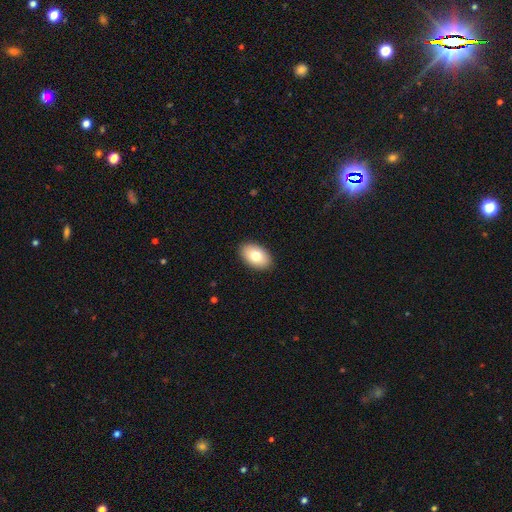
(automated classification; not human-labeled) This appears to be a smooth galaxy with no disk features (78%) that is in between round and cigar-shaped (91%). Merging: none (90%).